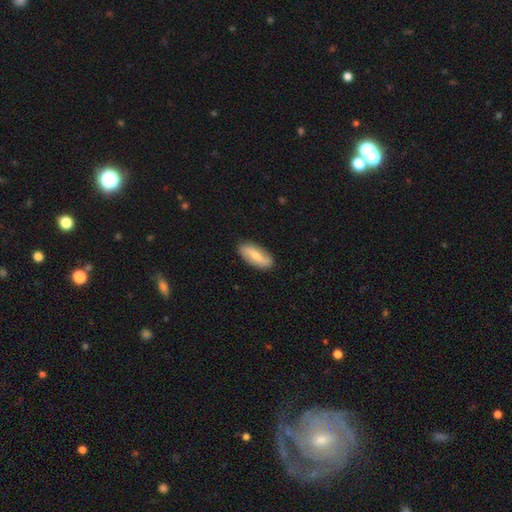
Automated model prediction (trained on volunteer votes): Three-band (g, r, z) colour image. It shows a smooth galaxy with no disk features (55%) that is in between round and cigar-shaped (74%). Merging: none (87%).